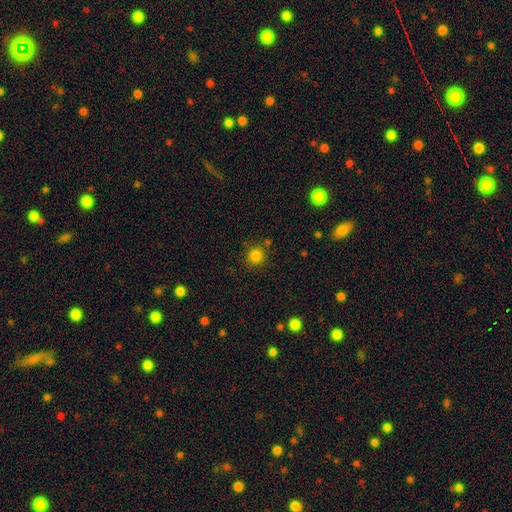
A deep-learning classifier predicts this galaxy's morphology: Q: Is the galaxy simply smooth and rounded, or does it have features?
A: smooth — 83%.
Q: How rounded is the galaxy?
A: round — 92%.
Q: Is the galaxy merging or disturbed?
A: none — 81%.